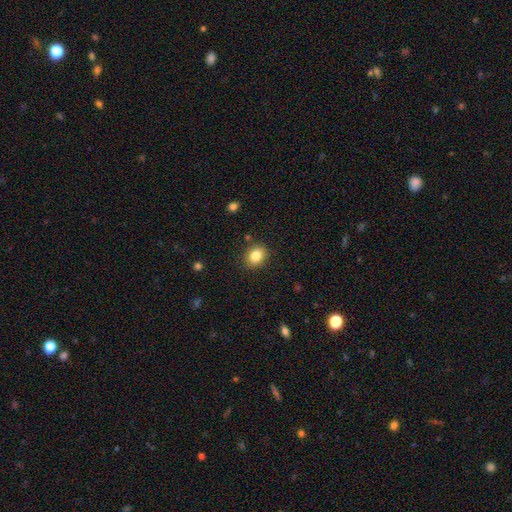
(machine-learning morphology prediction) Smooth or featured?
  - smooth: 83% *
  - star or artifact: 10%
  - featured or disk: 7%
How rounded?
  - round: 56% *
  - in between: 43%
  - cigar-shaped: 1%
Merging?
  - none: 87% *
  - minor disturbance: 9%
  - major disturbance: 2%
  - merger: 2%